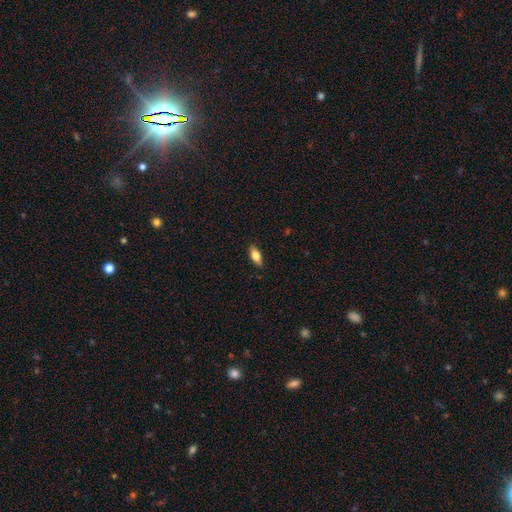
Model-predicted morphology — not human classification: Smooth or featured: smooth — 75% (featured or disk — 18%)
How rounded: in between — 78% (cigar-shaped — 20%)
Merging: none — 87% (minor disturbance — 10%)